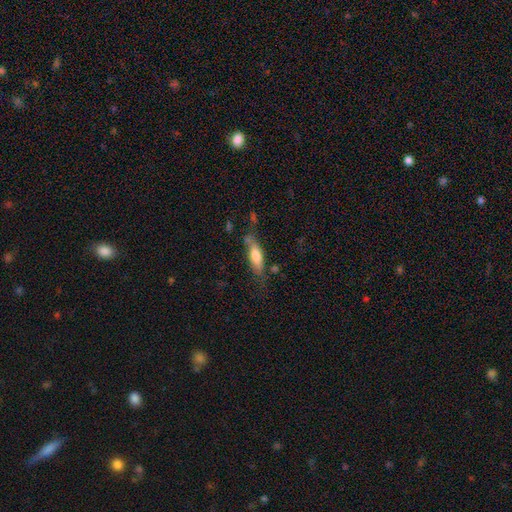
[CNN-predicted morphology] A smooth galaxy with no disk features (62%) that is cigar-shaped (53%). Merging: none (59%).